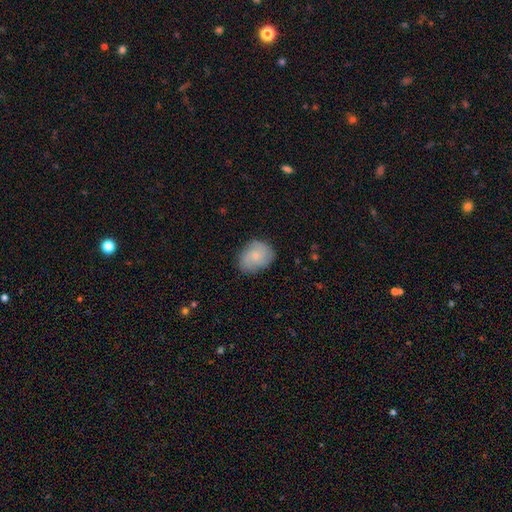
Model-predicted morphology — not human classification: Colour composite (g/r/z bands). It shows a smooth galaxy with no disk features (51%) that is in between round and cigar-shaped (52%). Merging: none (77%).